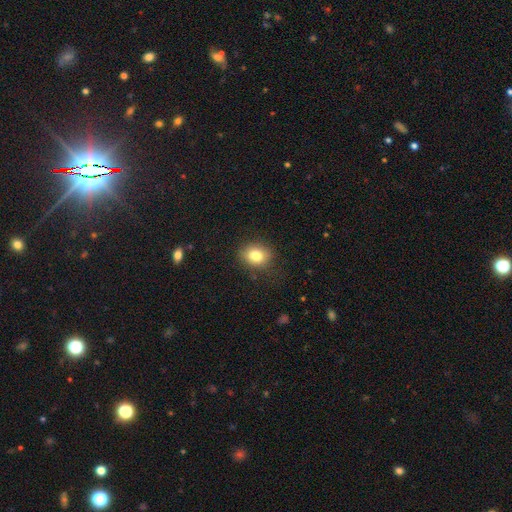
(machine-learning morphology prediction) Smooth or featured?
  - smooth: 81% *
  - star or artifact: 11%
  - featured or disk: 9%
How rounded?
  - round: 61% *
  - in between: 38%
  - cigar-shaped: 1%
Merging?
  - none: 84% *
  - minor disturbance: 11%
  - major disturbance: 3%
  - merger: 1%